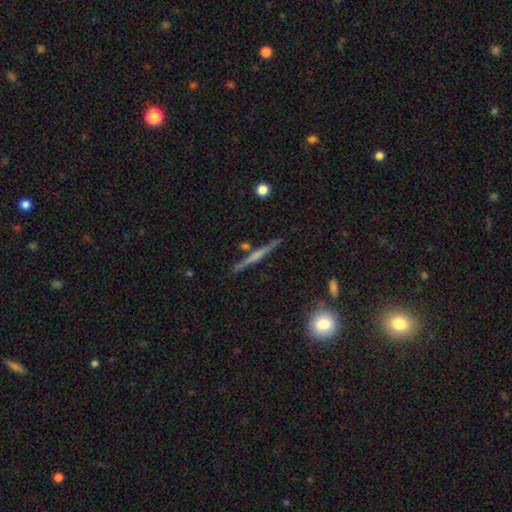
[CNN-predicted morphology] smooth_or_featured: featured or disk (p=0.62) [alt: smooth p=0.30]
disk_edge_on: yes (p=0.97) [alt: no p=0.03]
edge_on_bulge: none (p=0.49) [alt: rounded p=0.37]
merging: none (p=0.87) [alt: minor disturbance p=0.08]